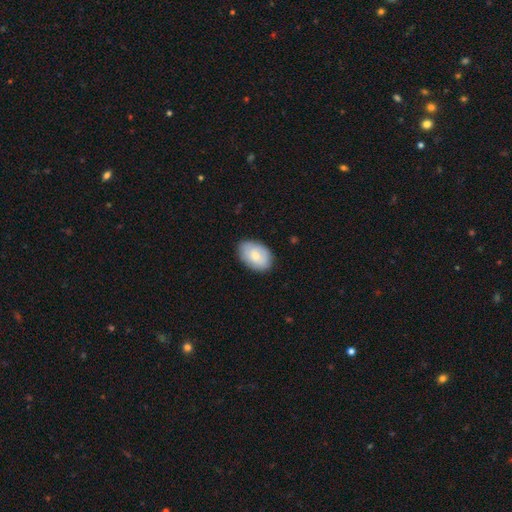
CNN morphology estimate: smooth_or_featured: smooth (p=0.72) [alt: featured or disk p=0.22]
how_rounded: in between (p=0.87) [alt: round p=0.12]
merging: none (p=0.80) [alt: minor disturbance p=0.16]